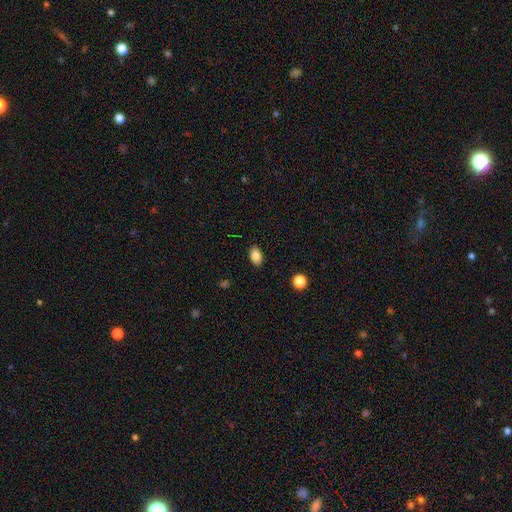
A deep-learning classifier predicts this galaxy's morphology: A smooth galaxy with no disk features (85%) that is in between round and cigar-shaped (86%). Merging: none (87%).